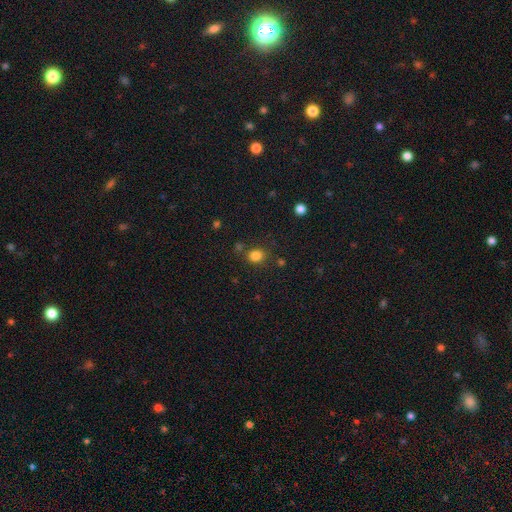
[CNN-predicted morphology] A smooth galaxy with no disk features (82%) that is round (68%).

Vote fractions:
- Smooth or featured? smooth: 82% / star or artifact: 13% / featured or disk: 5%
- How rounded? round: 68% / in between: 31% / cigar-shaped: 1%
- Merging? none: 79% / minor disturbance: 11% / merger: 7% / major disturbance: 4%